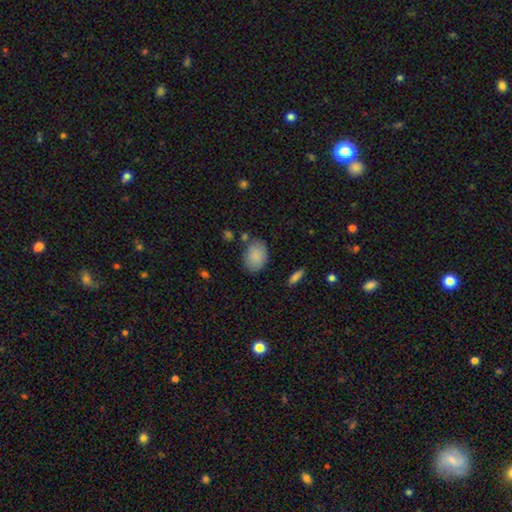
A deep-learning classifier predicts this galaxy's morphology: smooth-or-featured: smooth: 87% | star or artifact: 7% | featured or disk: 7%
  how-rounded: in between: 79% | round: 20% | cigar-shaped: 1%
  merging: none: 75% | minor disturbance: 16% | merger: 5% | major disturbance: 4%